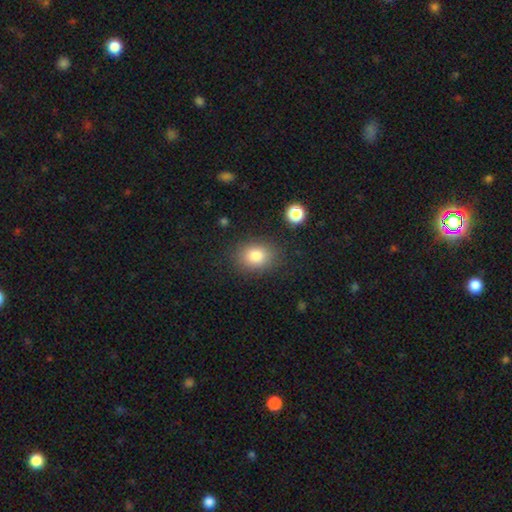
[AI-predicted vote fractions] A smooth galaxy with no disk features (82%) that is in between round and cigar-shaped (53%).

Vote fractions:
- Smooth or featured? smooth: 82% / star or artifact: 10% / featured or disk: 8%
- How rounded? in between: 53% / round: 46% / cigar-shaped: 1%
- Merging? none: 83% / minor disturbance: 11% / major disturbance: 4% / merger: 2%